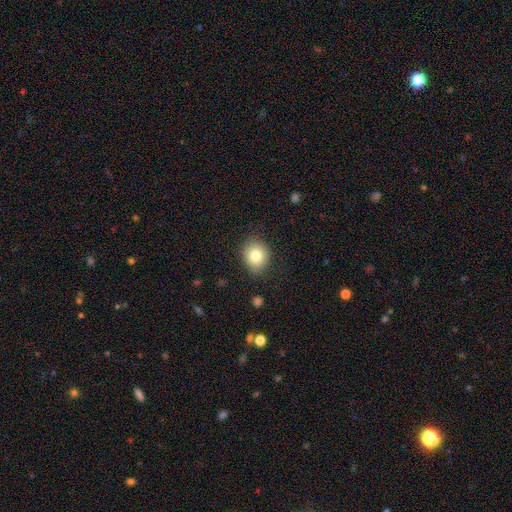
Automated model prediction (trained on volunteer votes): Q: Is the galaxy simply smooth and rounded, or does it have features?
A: smooth — 80%.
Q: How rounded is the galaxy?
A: round — 70%.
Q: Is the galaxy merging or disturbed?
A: none — 83%.